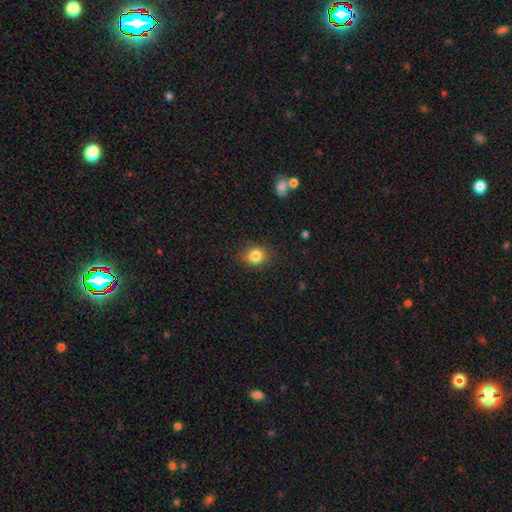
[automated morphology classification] This is clearly a smooth galaxy (84%). How rounded: likely round (73%). Merging: clearly none (85%).